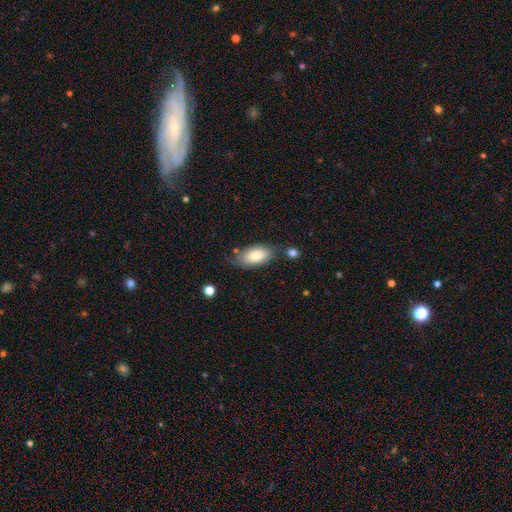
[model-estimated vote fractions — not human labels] smooth-or-featured: smooth: 78% | featured or disk: 15% | star or artifact: 7%
  how-rounded: in between: 92% | round: 4% | cigar-shaped: 4%
  merging: none: 66% | minor disturbance: 21% | merger: 8% | major disturbance: 6%